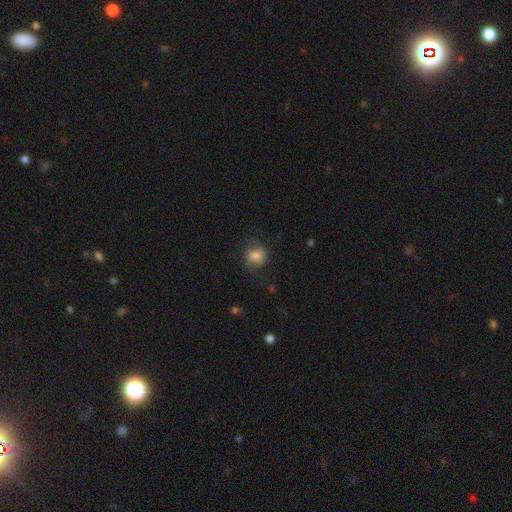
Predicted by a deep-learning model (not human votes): Smooth or featured? Predicted: smooth (p=0.73). How rounded? Predicted: round (p=0.73). Merging? Predicted: none (p=0.65).